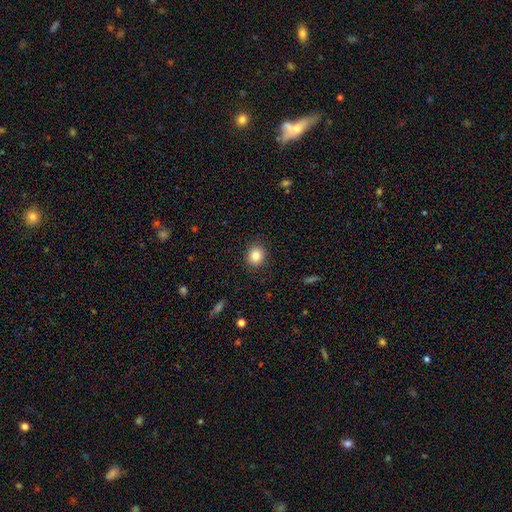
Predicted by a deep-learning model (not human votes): A smooth galaxy with no disk features (84%) that is round (78%). Merging: none (90%).